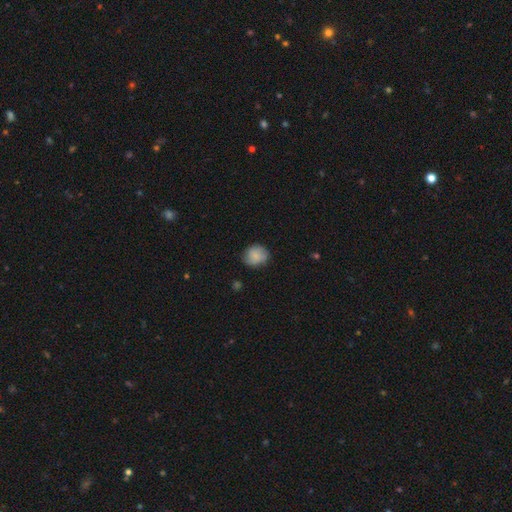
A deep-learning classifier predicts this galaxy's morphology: type=smooth (78%); roundness=round (71%); merging=none (77%).